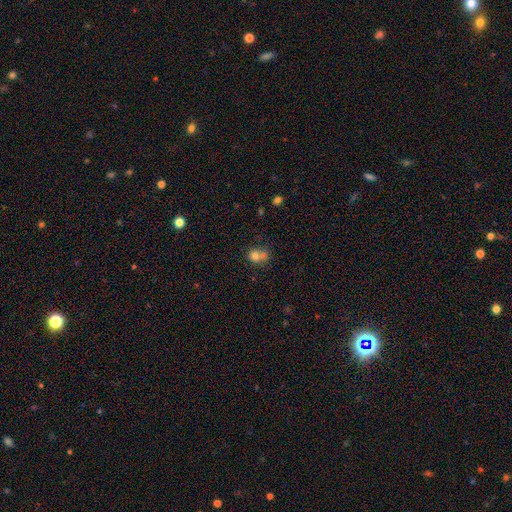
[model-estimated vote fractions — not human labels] Overall: smooth (74%). How rounded: round (60%; in between 39%). Merging: merger (43%; none 33%).